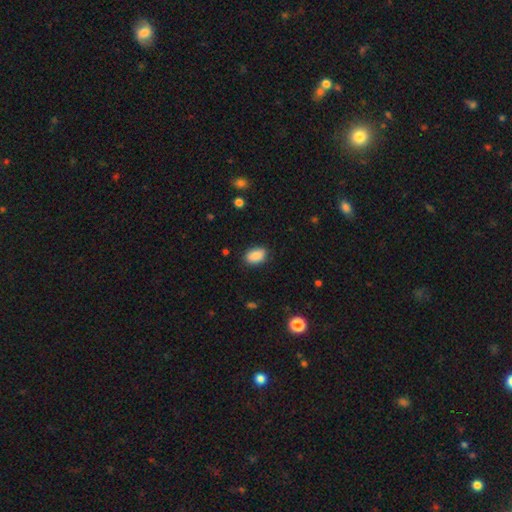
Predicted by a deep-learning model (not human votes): Smooth or featured?
  - smooth: 89% *
  - star or artifact: 8%
  - featured or disk: 4%
How rounded?
  - in between: 88% *
  - round: 10%
  - cigar-shaped: 2%
Merging?
  - none: 84% *
  - minor disturbance: 12%
  - major disturbance: 3%
  - merger: 1%